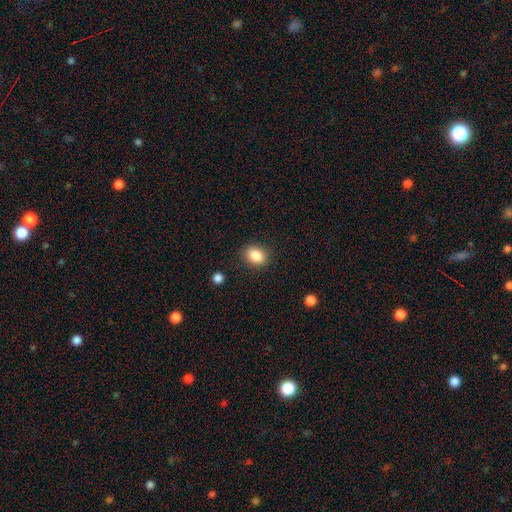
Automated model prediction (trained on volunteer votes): A smooth galaxy with no disk features (86%) that is in between round and cigar-shaped (56%). Merging: none (87%).